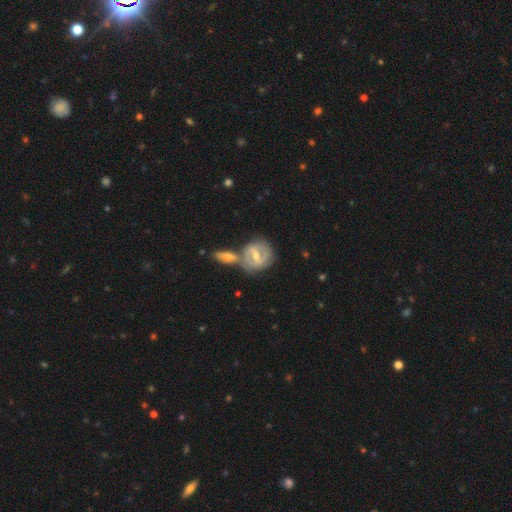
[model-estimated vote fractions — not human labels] A featured or disk galaxy (76%) with a weak bar (47%), 2 (69%) tight (49%) spiral arms (83%) and a moderate central bulge (58%).

Vote fractions:
- Smooth or featured? featured or disk: 76% / smooth: 19% / star or artifact: 5%
- Edge-on disk? no: 95% / yes: 5%
- Bar? weak: 47% / strong: 39% / no: 14%
- Spiral arms? yes: 83% / no: 17%
- Spiral winding? tight: 49% / medium: 38% / loose: 13%
- Spiral arm count? 2: 69% / can't tell: 19% / 3: 6% / 1: 4% / 4: 2% / more than 4: 2%
- Bulge size? moderate: 58% / small: 38% / large: 2% / none: 1% / dominant: 1%
- Merging? none: 47% / merger: 35% / minor disturbance: 13% / major disturbance: 5%